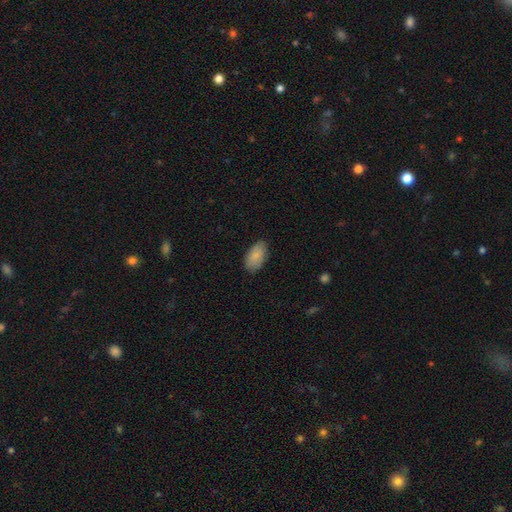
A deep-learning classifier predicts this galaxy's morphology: Smooth or featured: smooth — 86% (featured or disk — 8%)
How rounded: in between — 94% (round — 3%)
Merging: none — 84% (minor disturbance — 13%)